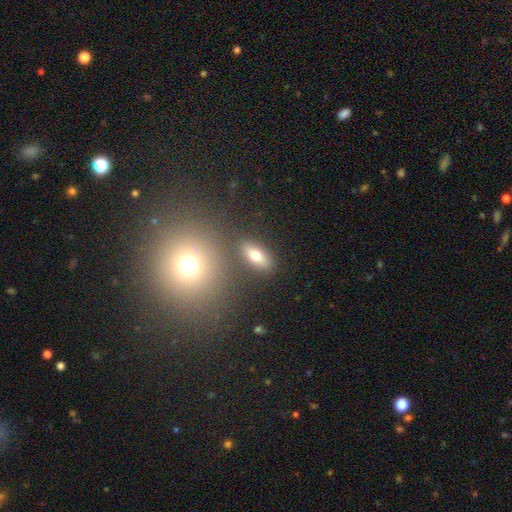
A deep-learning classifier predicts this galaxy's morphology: Overall: smooth (70%). How rounded: in between (77%). Merging: none (81%).